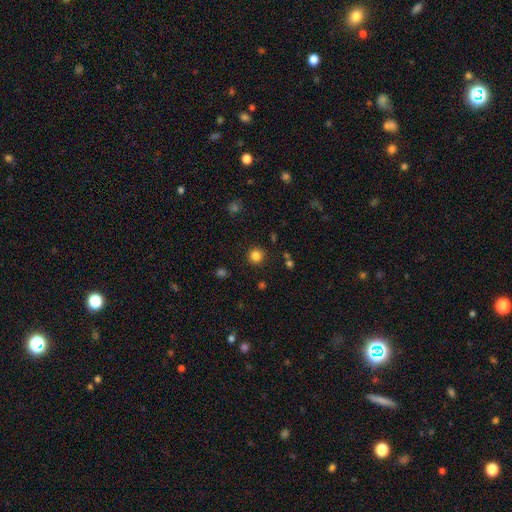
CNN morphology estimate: The model was most divided on "smooth or featured": smooth: 83%, star or artifact: 12%, featured or disk: 4%. More confident: how rounded — round (94%); merging — none (91%).